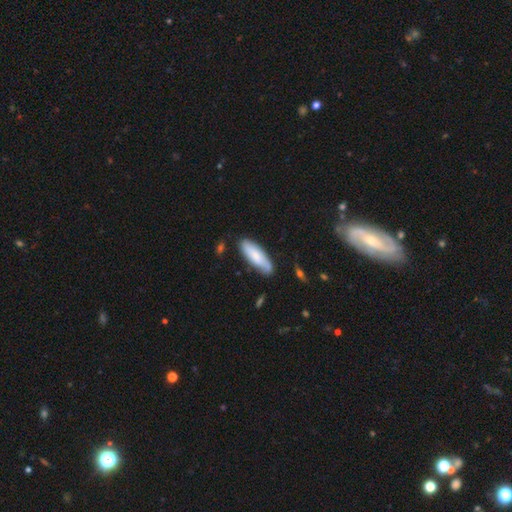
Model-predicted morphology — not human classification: Smooth or featured? smooth (71%)
How rounded? in between (60%)
Merging? none (75%)